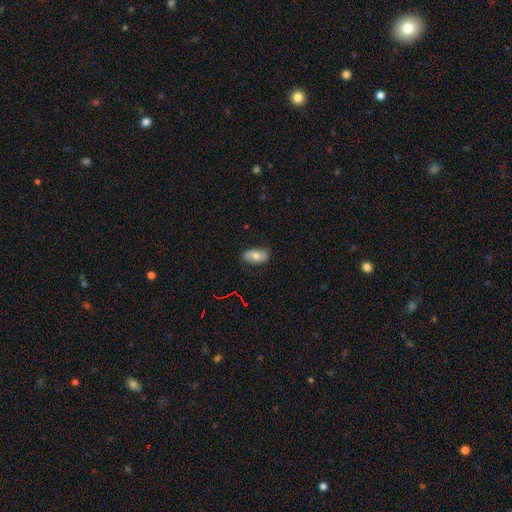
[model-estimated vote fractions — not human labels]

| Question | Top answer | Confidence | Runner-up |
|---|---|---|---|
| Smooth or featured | smooth | 62% | featured or disk (29%) |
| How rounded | in between | 91% | round (5%) |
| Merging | none | 81% | minor disturbance (15%) |